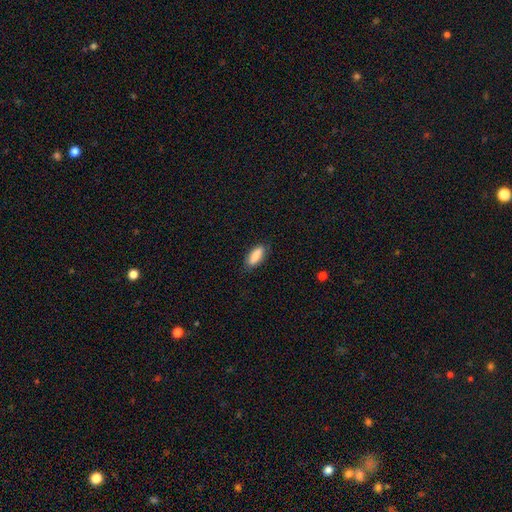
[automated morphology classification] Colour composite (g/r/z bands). It shows a smooth galaxy with no disk features (87%) that is in between round and cigar-shaped (71%). Merging: none (83%).